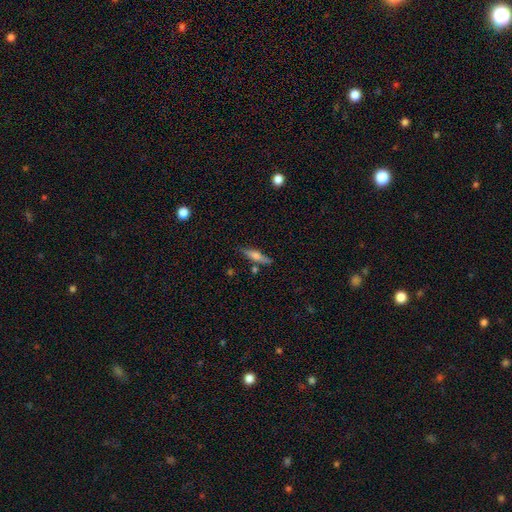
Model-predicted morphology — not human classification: Smooth or featured?
  - smooth: 57% *
  - featured or disk: 36%
  - star or artifact: 7%
How rounded?
  - cigar-shaped: 70% *
  - in between: 27%
  - round: 2%
Merging?
  - none: 77% *
  - minor disturbance: 14%
  - merger: 6%
  - major disturbance: 3%